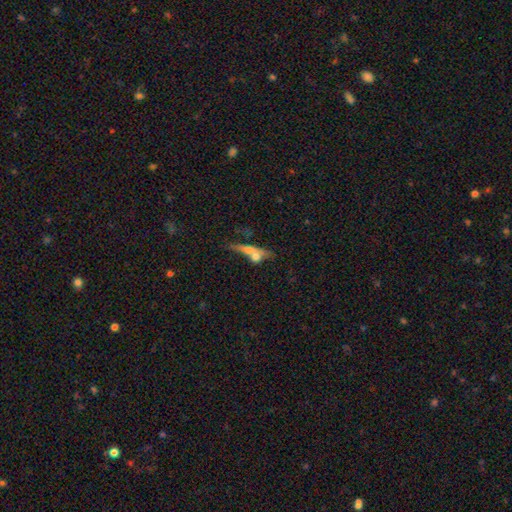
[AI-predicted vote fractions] Smooth or featured: smooth — 52% (featured or disk — 36%)
How rounded: cigar-shaped — 52% (in between — 29%)
Merging: merger — 45% (none — 31%)